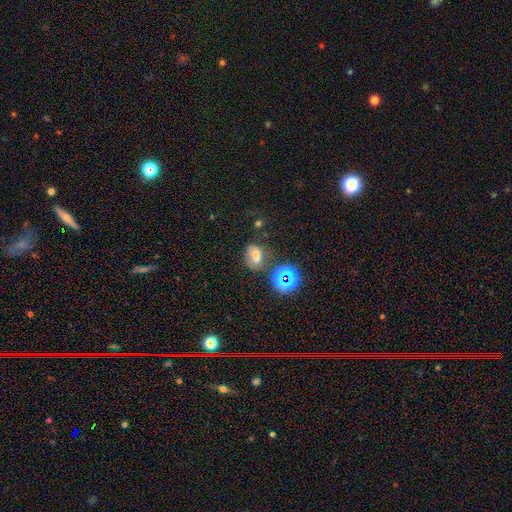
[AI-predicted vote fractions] Smooth or featured?
  - smooth: 57% *
  - star or artifact: 27%
  - featured or disk: 16%
How rounded?
  - in between: 63% *
  - round: 35%
  - cigar-shaped: 2%
Merging?
  - none: 50% *
  - minor disturbance: 21%
  - merger: 17%
  - major disturbance: 11%